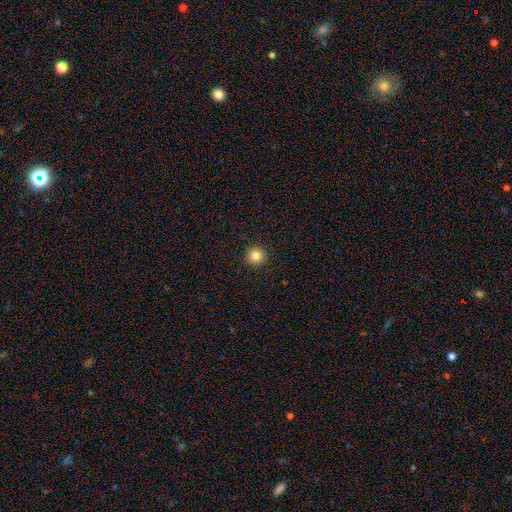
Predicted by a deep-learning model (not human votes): smooth-or-featured: smooth: 83% | star or artifact: 11% | featured or disk: 5%
  how-rounded: round: 95% | in between: 4% | cigar-shaped: 1%
  merging: none: 93% | minor disturbance: 5% | major disturbance: 2% | merger: 1%